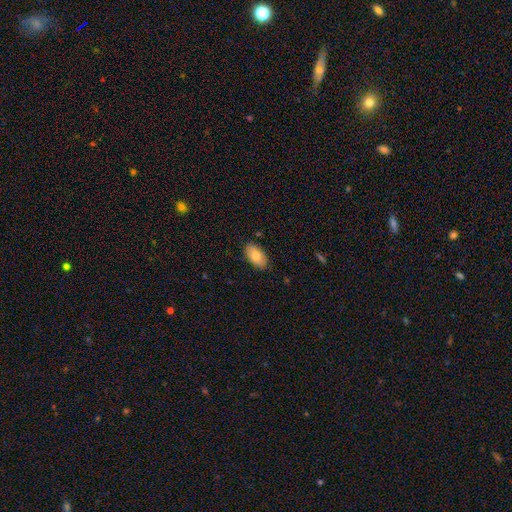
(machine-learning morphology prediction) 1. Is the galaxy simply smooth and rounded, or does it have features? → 76% smooth, 17% featured or disk, 7% star or artifact.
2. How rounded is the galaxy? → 94% in between, 4% round, 2% cigar-shaped.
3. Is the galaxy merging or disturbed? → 85% none, 11% minor disturbance, 2% major disturbance, 1% merger.